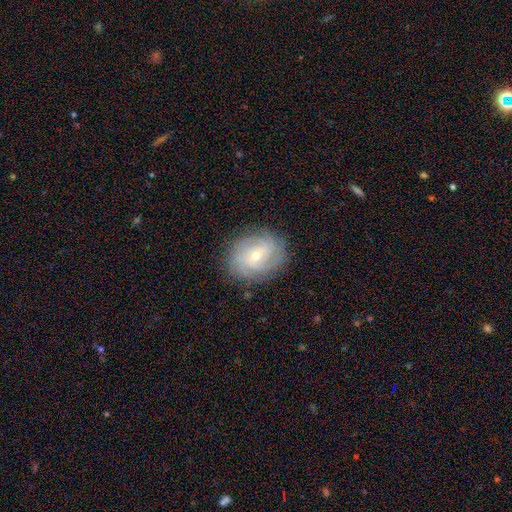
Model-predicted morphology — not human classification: Smooth or featured? featured or disk (76%)
Edge-on disk? no (97%)
Bar? no (51%)
Spiral arms? yes (92%)
Spiral winding? tight (67%)
Spiral arm count? can't tell (38%)
Bulge size? small (59%)
Merging? none (82%)